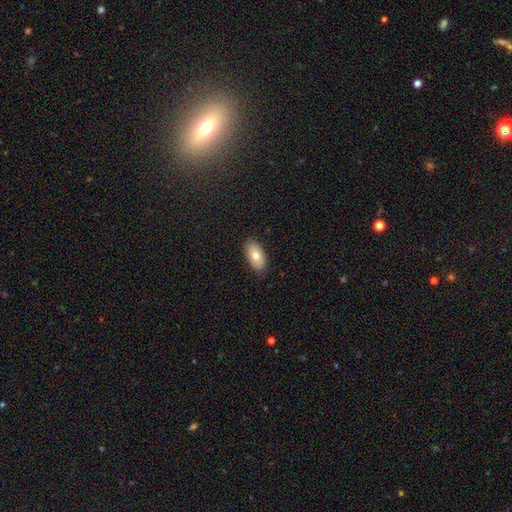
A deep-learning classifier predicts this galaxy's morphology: This appears to be a smooth galaxy with no disk features (75%) that is in between round and cigar-shaped (94%). Merging: none (86%).